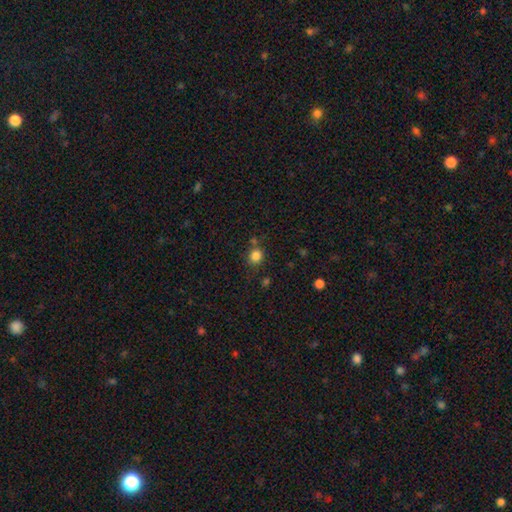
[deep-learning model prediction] smooth_or_featured: smooth (p=0.83) [alt: star or artifact p=0.12]
how_rounded: round (p=0.85) [alt: in between p=0.14]
merging: none (p=0.74) [alt: minor disturbance p=0.12]